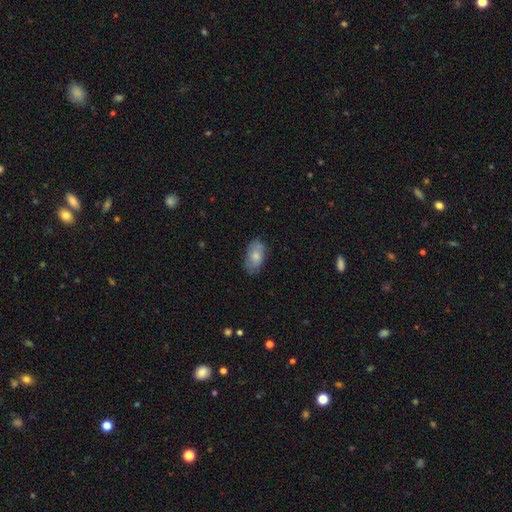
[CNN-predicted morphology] This appears to be a smooth galaxy with no disk features (72%) that is in between round and cigar-shaped (93%). Merging: none (72%).